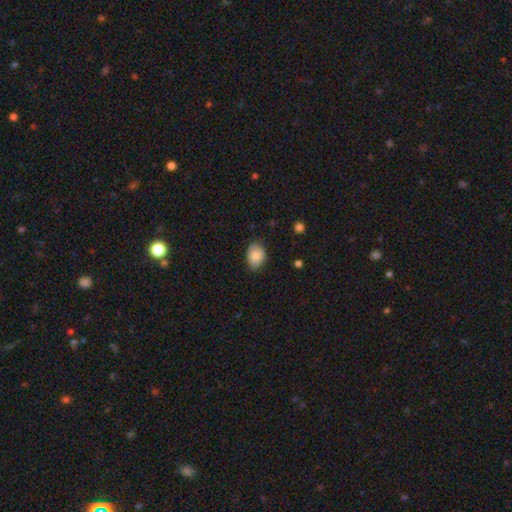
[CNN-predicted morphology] Smooth or featured?
  - smooth: 84% *
  - featured or disk: 8%
  - star or artifact: 8%
How rounded?
  - in between: 62% *
  - round: 37%
  - cigar-shaped: 1%
Merging?
  - none: 70% *
  - minor disturbance: 25%
  - major disturbance: 4%
  - merger: 1%